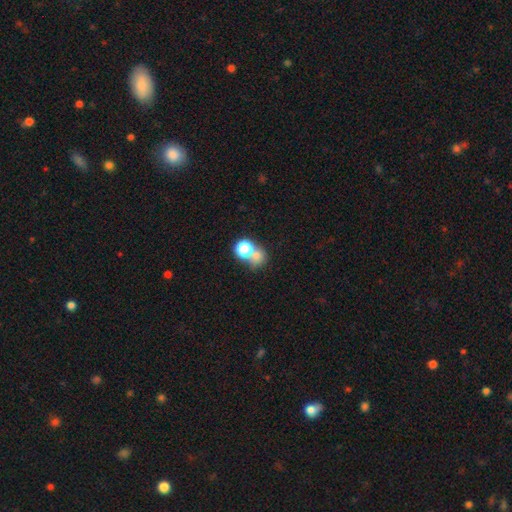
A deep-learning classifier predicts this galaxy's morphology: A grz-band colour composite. It shows a smooth galaxy with no disk features (73%) that is round (75%). Merging: merger (56%).